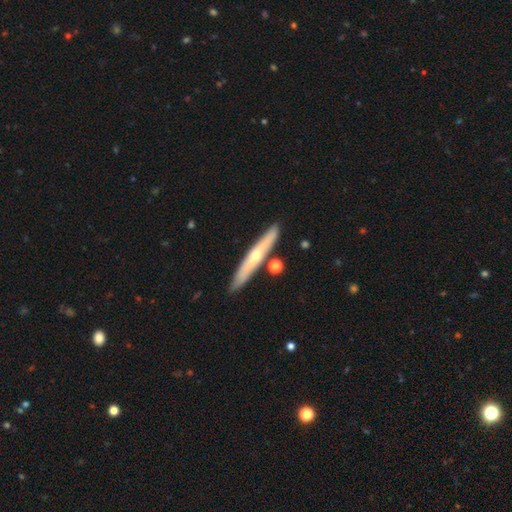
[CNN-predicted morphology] A featured or disk galaxy (60%) viewed edge-on (91%) with a rounded central bulge (79%).

Vote fractions:
- Smooth or featured? featured or disk: 60% / smooth: 33% / star or artifact: 7%
- Edge-on disk? yes: 91% / no: 9%
- Edge-on bulge? rounded: 79% / none: 18% / boxy: 2%
- Merging? none: 84% / minor disturbance: 9% / merger: 5% / major disturbance: 2%